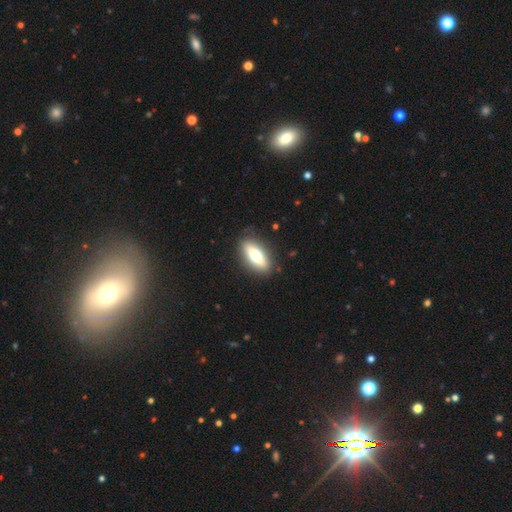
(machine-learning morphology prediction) A smooth galaxy with no disk features (63%) that is in between round and cigar-shaped (71%). Merging: none (87%).